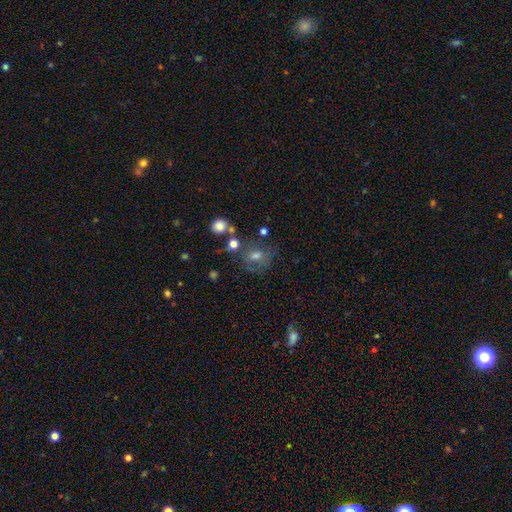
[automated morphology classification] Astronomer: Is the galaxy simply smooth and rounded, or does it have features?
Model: smooth — 49% (runner-up: featured or disk, 29%).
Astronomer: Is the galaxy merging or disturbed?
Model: none — 56%.